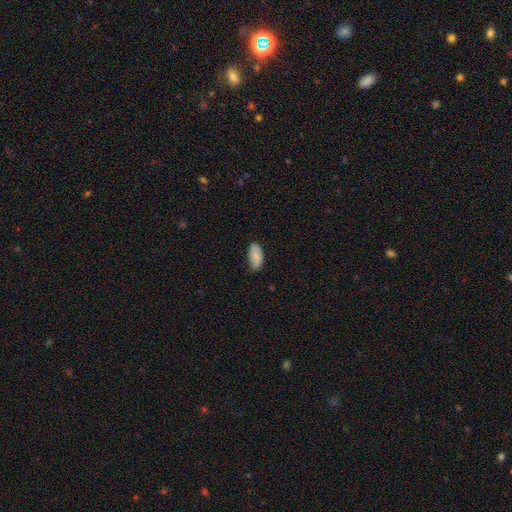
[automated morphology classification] smooth_or_featured: smooth (p=0.80) [alt: featured or disk p=0.13]
how_rounded: in between (p=0.93) [alt: cigar-shaped p=0.04]
merging: none (p=0.73) [alt: minor disturbance p=0.23]